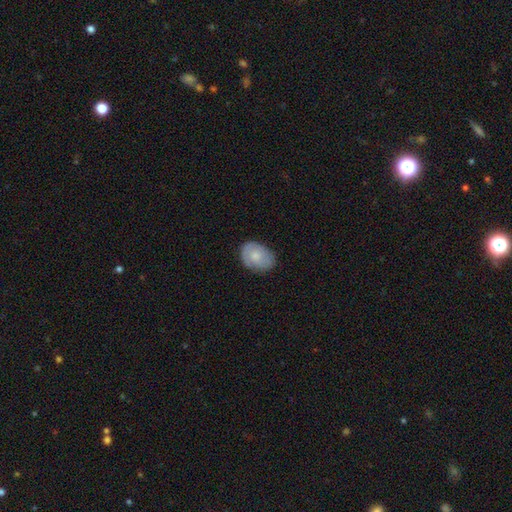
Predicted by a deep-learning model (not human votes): Smooth or featured?
  - smooth: 64% *
  - featured or disk: 30%
  - star or artifact: 6%
How rounded?
  - in between: 75% *
  - round: 24%
  - cigar-shaped: 1%
Merging?
  - none: 76% *
  - minor disturbance: 18%
  - major disturbance: 4%
  - merger: 1%